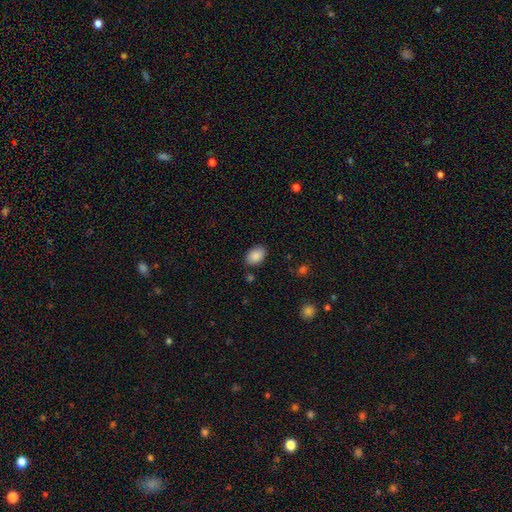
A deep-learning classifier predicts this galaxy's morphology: smooth 88%, star or artifact 7%, featured or disk 4%. Down the decision tree: how rounded — in between (88%); merging — none (83%).